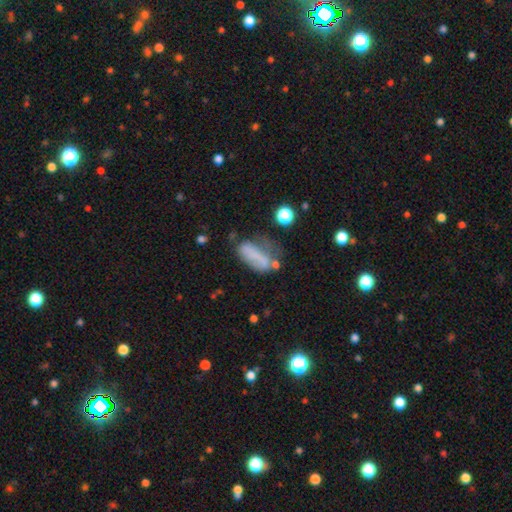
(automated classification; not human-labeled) Morphology: type=smooth (64%); roundness=in between (76%); merging=major disturbance (30%).